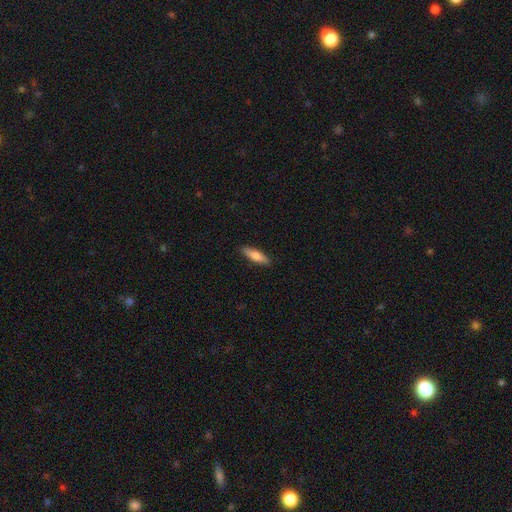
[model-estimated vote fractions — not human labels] Q: Smooth or featured?
A: smooth (73%); runner-up: featured or disk (22%)
Q: How rounded?
A: cigar-shaped (65%); runner-up: in between (33%)
Q: Merging?
A: none (90%); runner-up: minor disturbance (8%)